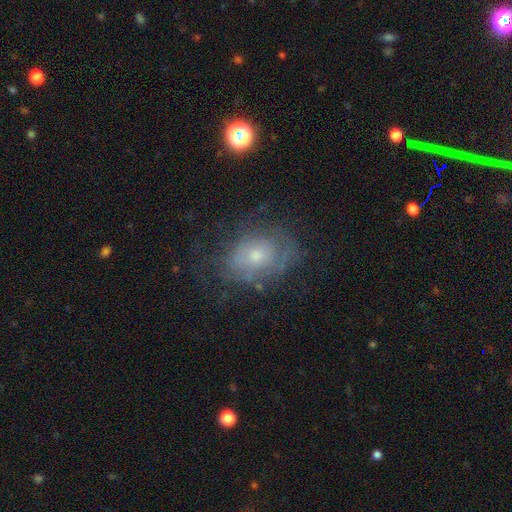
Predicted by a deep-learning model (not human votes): smooth_or_featured: featured or disk (p=0.55) [alt: smooth p=0.33]
disk_edge_on: no (p=0.96) [alt: yes p=0.04]
bar: no (p=0.84) [alt: weak p=0.14]
has_spiral_arms: yes (p=0.58) [alt: no p=0.42]
bulge_size: small (p=0.49) [alt: moderate p=0.44]
merging: none (p=0.60) [alt: minor disturbance p=0.23]